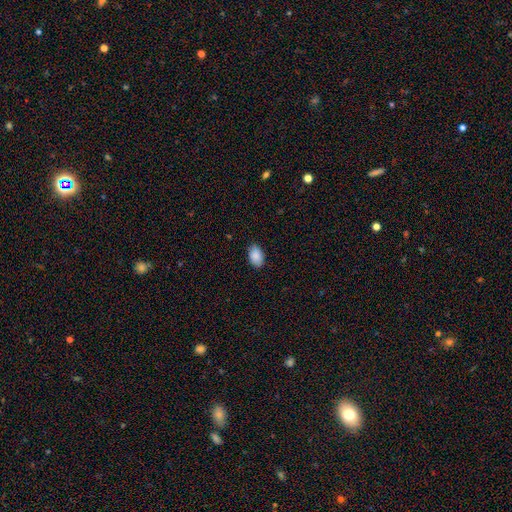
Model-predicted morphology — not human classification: Smooth or featured? smooth (89%)
How rounded? in between (91%)
Merging? none (86%)